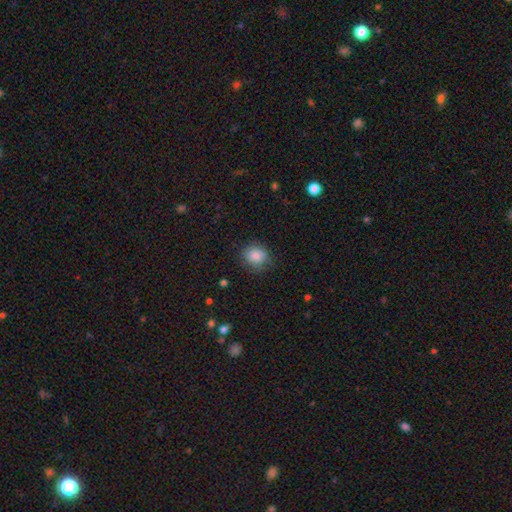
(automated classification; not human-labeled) The model was most divided on "how rounded": round: 76%, in between: 23%, cigar-shaped: 1%. More confident: smooth or featured — smooth (87%); merging — none (79%).